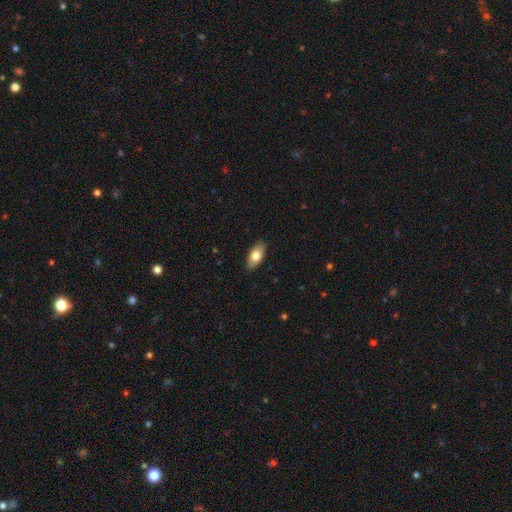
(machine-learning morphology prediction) Smooth or featured? smooth (75%)
How rounded? in between (88%)
Merging? none (89%)